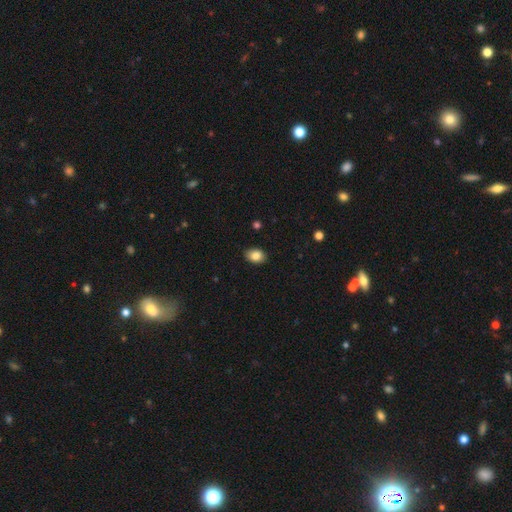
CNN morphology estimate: The model was most divided on "how rounded": in between: 77%, round: 22%, cigar-shaped: 1%. More confident: merging — none (88%); smooth or featured — smooth (86%).